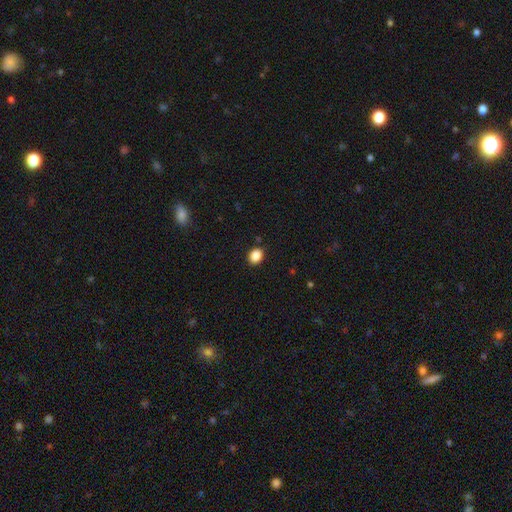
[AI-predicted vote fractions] The model was most divided on "how rounded": round: 51%, in between: 48%, cigar-shaped: 1%. More confident: merging — none (89%); smooth or featured — smooth (87%).